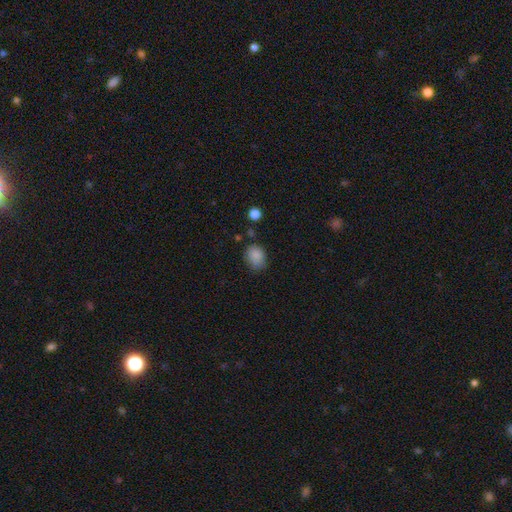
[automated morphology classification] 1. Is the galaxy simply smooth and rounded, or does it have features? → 85% smooth, 10% star or artifact, 5% featured or disk.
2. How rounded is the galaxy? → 54% in between, 45% round, 1% cigar-shaped.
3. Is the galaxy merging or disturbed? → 67% none, 24% minor disturbance, 6% major disturbance, 4% merger.